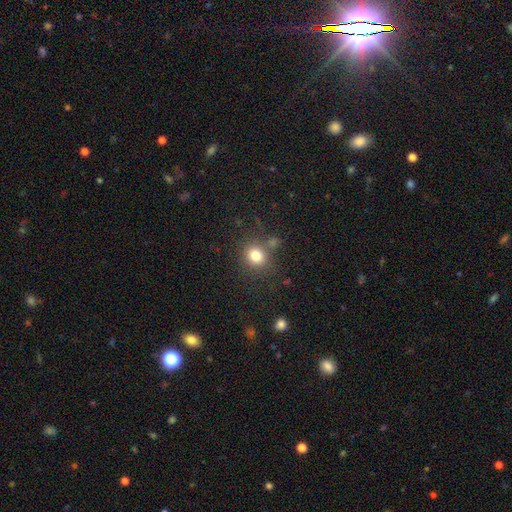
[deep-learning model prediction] This appears to be a smooth galaxy with no disk features (80%) that is round (76%). Merging: none (74%).